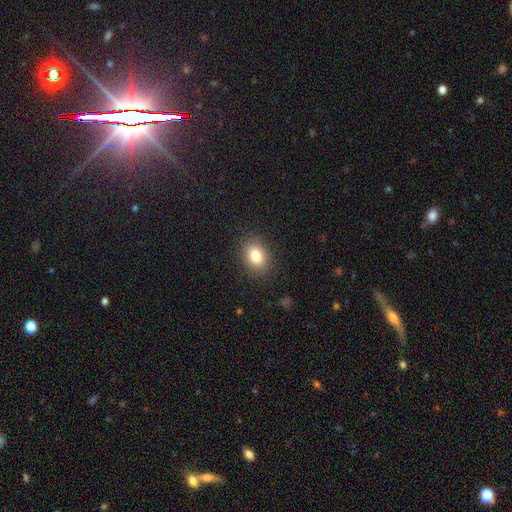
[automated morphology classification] smooth-or-featured: smooth: 82% | star or artifact: 10% | featured or disk: 8%
  how-rounded: in between: 62% | round: 37% | cigar-shaped: 1%
  merging: none: 87% | minor disturbance: 9% | major disturbance: 3% | merger: 1%